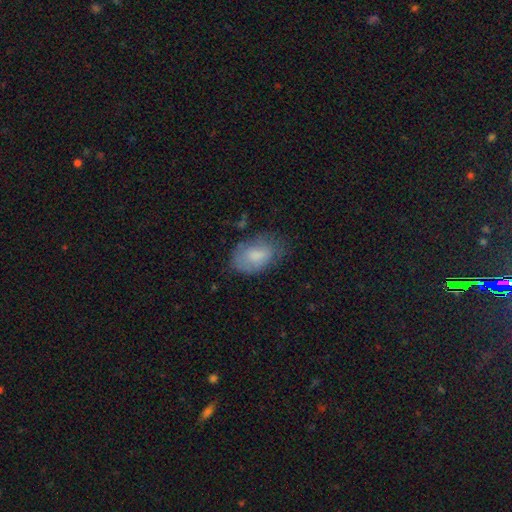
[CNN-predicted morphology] Q: Smooth or featured?
A: smooth (71%); runner-up: featured or disk (21%)
Q: How rounded?
A: in between (88%); runner-up: round (10%)
Q: Merging?
A: none (56%); runner-up: minor disturbance (30%)